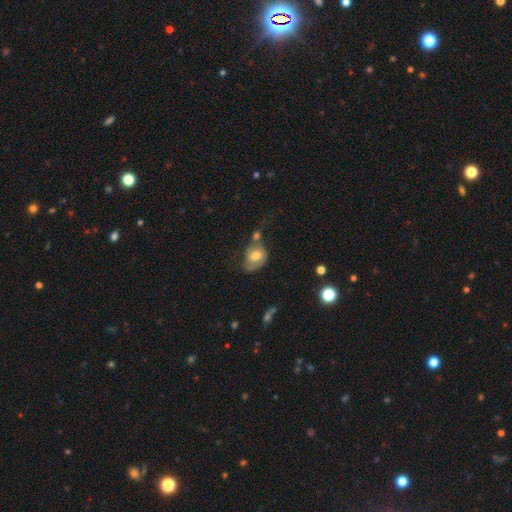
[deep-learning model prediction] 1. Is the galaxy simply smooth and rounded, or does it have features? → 48% smooth, 43% featured or disk, 9% star or artifact.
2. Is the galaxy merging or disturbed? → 31% none, 24% major disturbance, 24% minor disturbance, 21% merger.